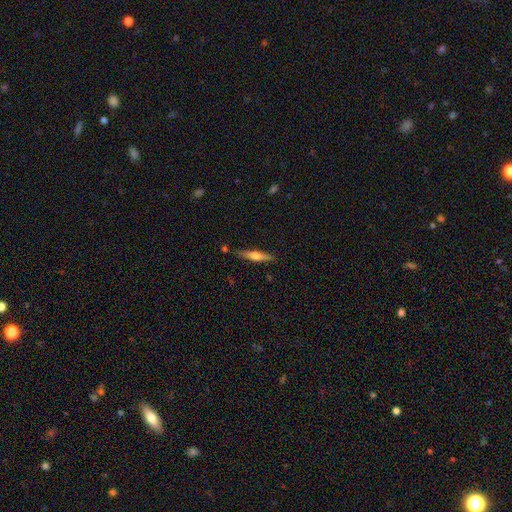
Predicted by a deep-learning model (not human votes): Q: Smooth or featured?
A: featured or disk (49%); runner-up: smooth (45%)
Q: Merging?
A: none (82%); runner-up: minor disturbance (12%)